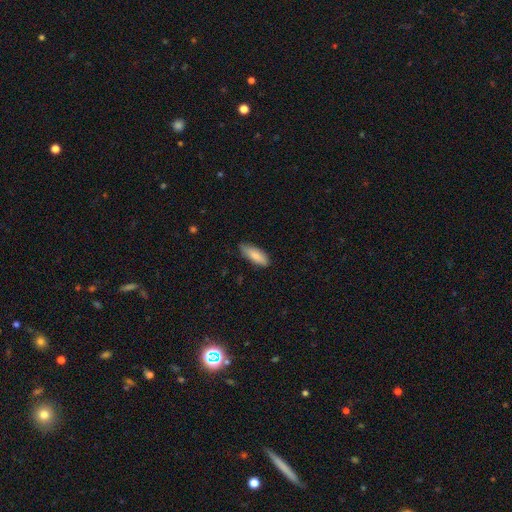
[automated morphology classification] smooth_or_featured: smooth (p=0.85) [alt: featured or disk p=0.10]
how_rounded: in between (p=0.65) [alt: cigar-shaped p=0.34]
merging: none (p=0.77) [alt: minor disturbance p=0.19]